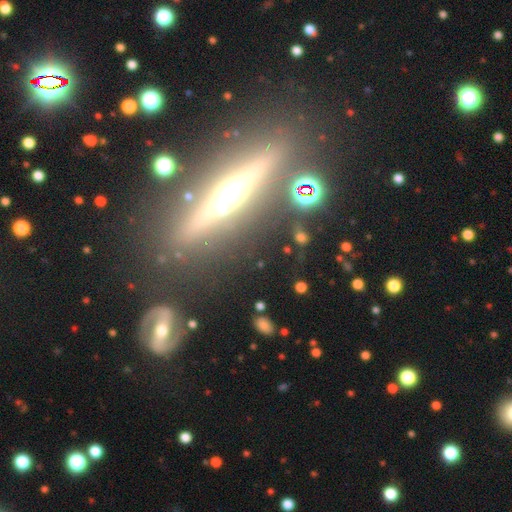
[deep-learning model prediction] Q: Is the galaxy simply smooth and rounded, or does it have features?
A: featured or disk — 78%.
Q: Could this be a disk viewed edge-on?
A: yes — 94%.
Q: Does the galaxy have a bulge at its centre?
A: rounded — 86%.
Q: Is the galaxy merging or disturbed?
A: none — 81%.